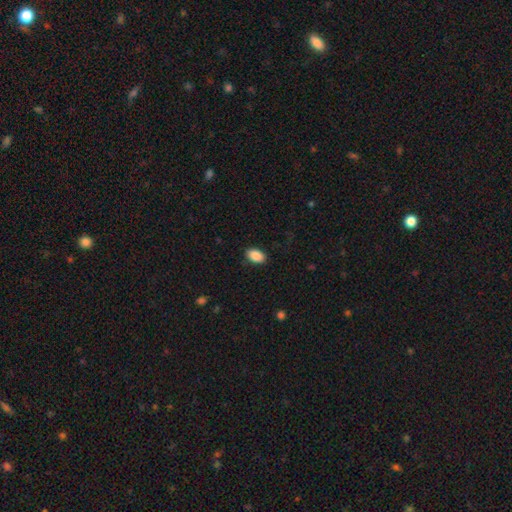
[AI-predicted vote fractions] Overall: smooth (90%). How rounded: in between (91%). Merging: none (88%).